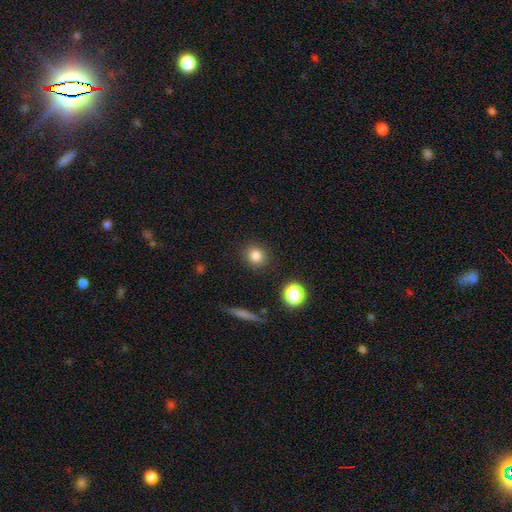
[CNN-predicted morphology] smooth-or-featured: smooth: 82% | star or artifact: 12% | featured or disk: 6%
  how-rounded: round: 85% | in between: 14% | cigar-shaped: 1%
  merging: none: 89% | minor disturbance: 7% | major disturbance: 2% | merger: 2%